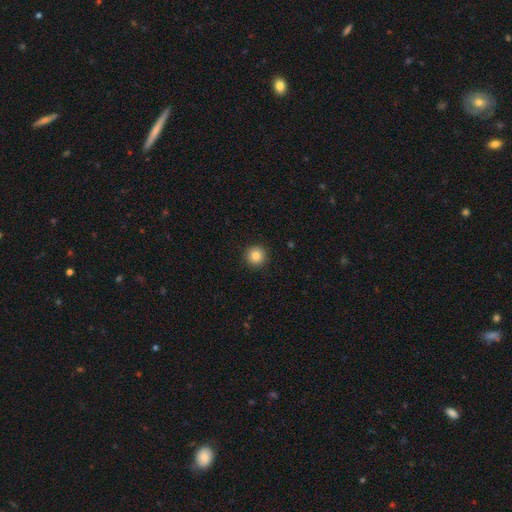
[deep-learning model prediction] Smooth or featured?
  - smooth: 85% *
  - star or artifact: 10%
  - featured or disk: 5%
How rounded?
  - round: 95% *
  - in between: 4%
  - cigar-shaped: 1%
Merging?
  - none: 92% *
  - minor disturbance: 5%
  - major disturbance: 2%
  - merger: 1%